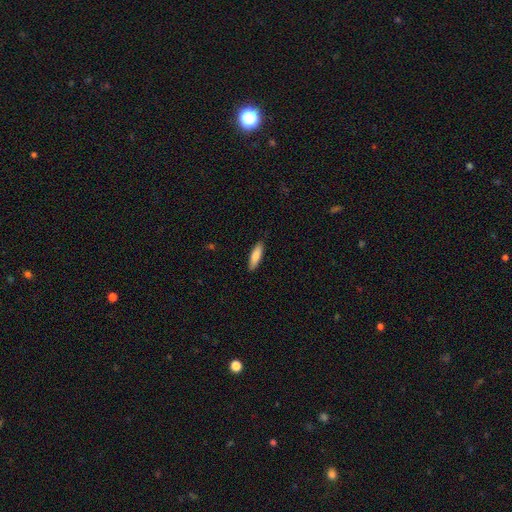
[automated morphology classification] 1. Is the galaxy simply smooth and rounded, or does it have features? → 83% smooth, 11% featured or disk, 6% star or artifact.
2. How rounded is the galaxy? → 62% cigar-shaped, 37% in between, 1% round.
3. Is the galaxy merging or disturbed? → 89% none, 9% minor disturbance, 2% major disturbance, 1% merger.